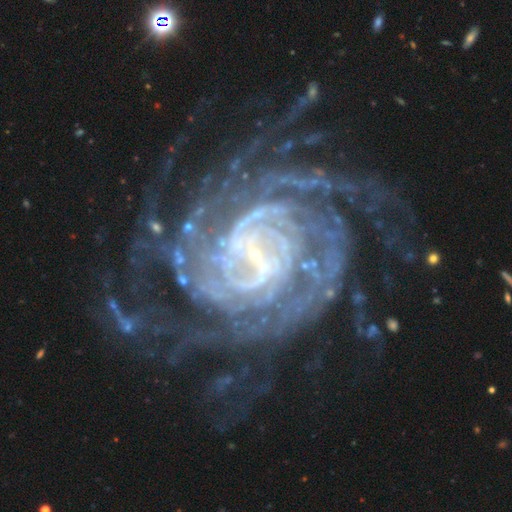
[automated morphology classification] Smooth or featured? featured or disk (91%)
Edge-on disk? no (98%)
Bar? weak (39%)
Spiral arms? yes (98%)
Spiral winding? tight (70%)
Spiral arm count? can't tell (21%)
Bulge size? small (79%)
Merging? none (68%)